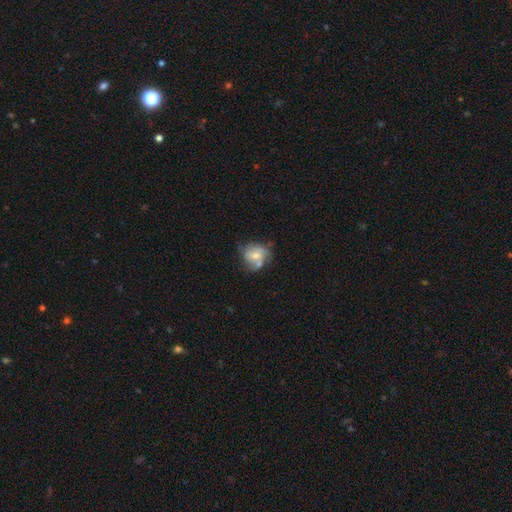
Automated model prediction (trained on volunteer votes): Smooth or featured?
  - smooth: 46% *
  - featured or disk: 45%
  - star or artifact: 9%
Merging?
  - none: 41% *
  - merger: 26%
  - minor disturbance: 22%
  - major disturbance: 11%